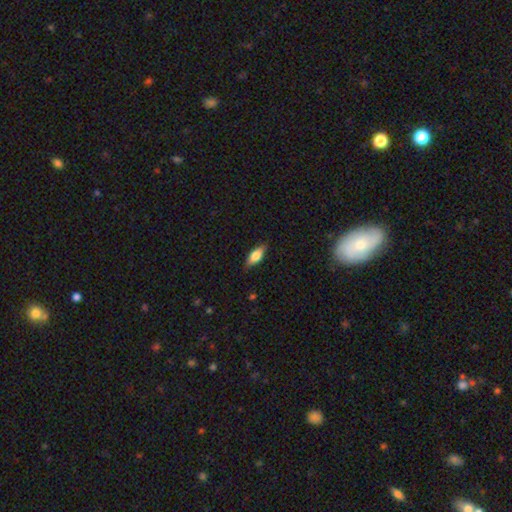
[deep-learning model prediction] Overall: smooth (74%). How rounded: in between (77%). Merging: none (85%).